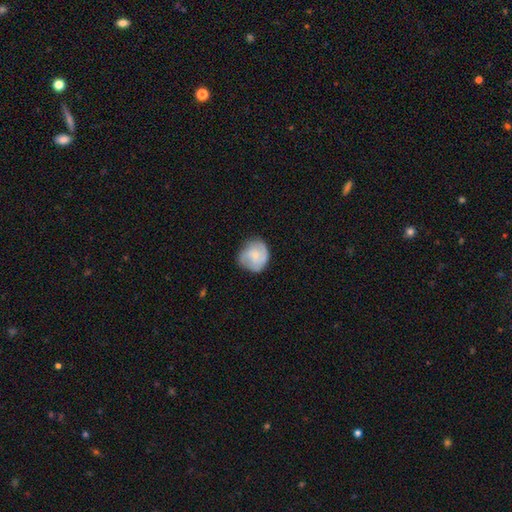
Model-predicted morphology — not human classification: The model was most divided on "smooth or featured": smooth: 51%, featured or disk: 43%, star or artifact: 6%. More confident: how rounded — round (81%); merging — none (66%).